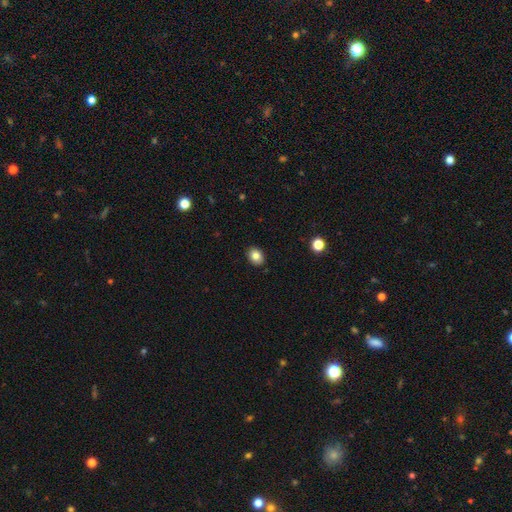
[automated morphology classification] Overall: smooth (83%). How rounded: in between (56%; round 43%). Merging: none (89%).